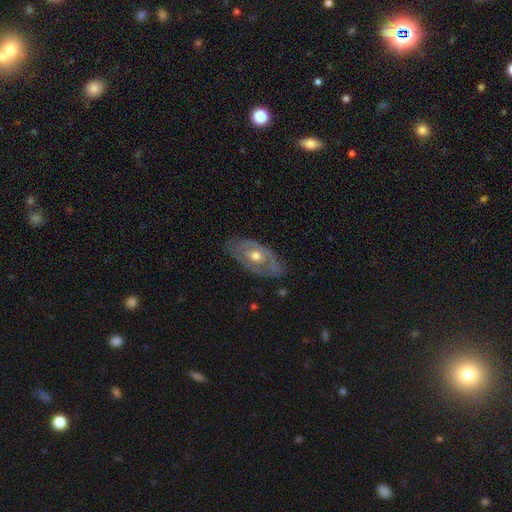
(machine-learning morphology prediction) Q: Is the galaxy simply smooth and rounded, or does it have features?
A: featured or disk — 69%.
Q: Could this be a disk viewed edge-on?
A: no — 88%.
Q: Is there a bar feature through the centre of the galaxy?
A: no — 79%.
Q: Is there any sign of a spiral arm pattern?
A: no — 59%.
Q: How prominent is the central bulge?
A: moderate — 73%.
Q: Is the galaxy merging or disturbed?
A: none — 75%.